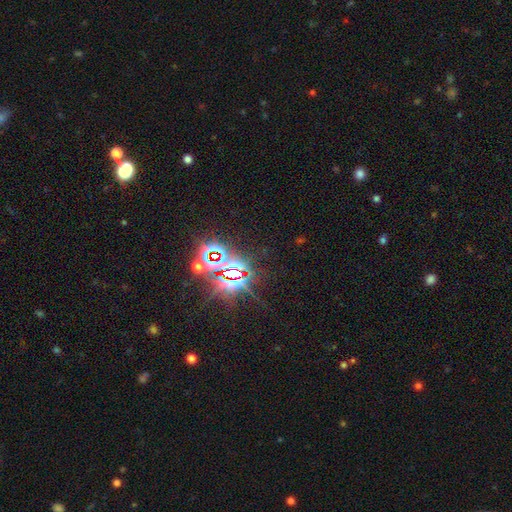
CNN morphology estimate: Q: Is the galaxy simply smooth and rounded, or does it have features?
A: star or artifact — 83%.